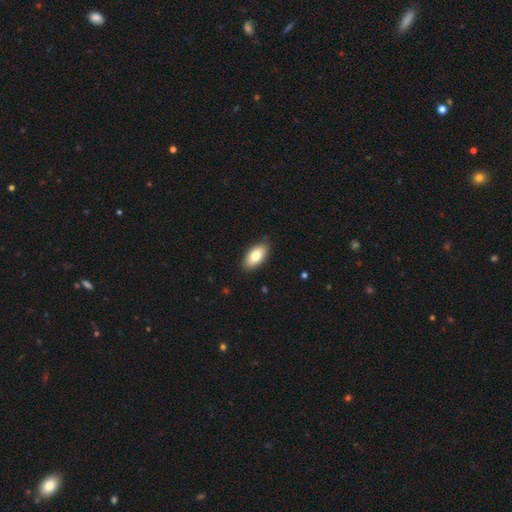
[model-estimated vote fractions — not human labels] This appears to be a smooth galaxy with no disk features (78%) that is in between round and cigar-shaped (92%). Merging: none (87%).